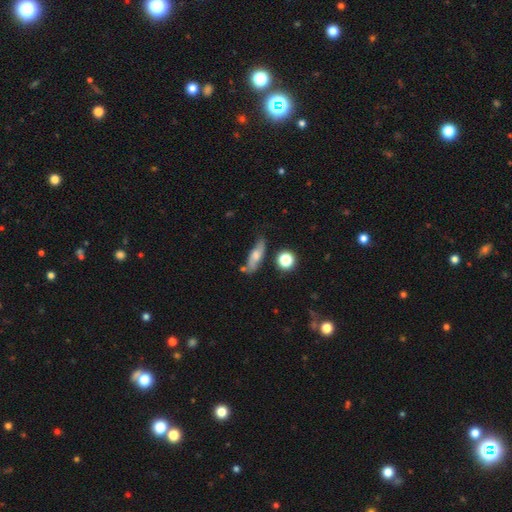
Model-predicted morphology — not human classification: smooth-or-featured: smooth: 54% | featured or disk: 37% | star or artifact: 9%
  how-rounded: in between: 47% | cigar-shaped: 45% | round: 8%
  merging: none: 61% | minor disturbance: 24% | merger: 8% | major disturbance: 7%